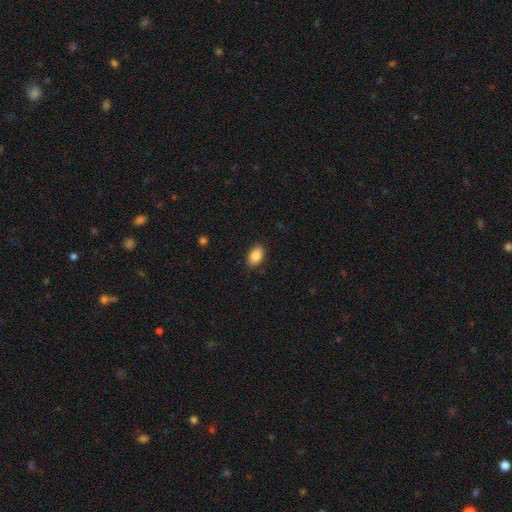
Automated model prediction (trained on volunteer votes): Overall: smooth (87%). How rounded: in between (92%). Merging: none (88%).